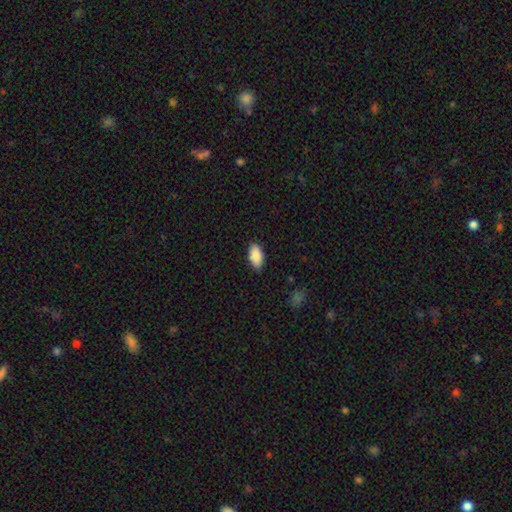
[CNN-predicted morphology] This is clearly a smooth galaxy (88%). How rounded: clearly in between (93%). Merging: clearly none (85%).